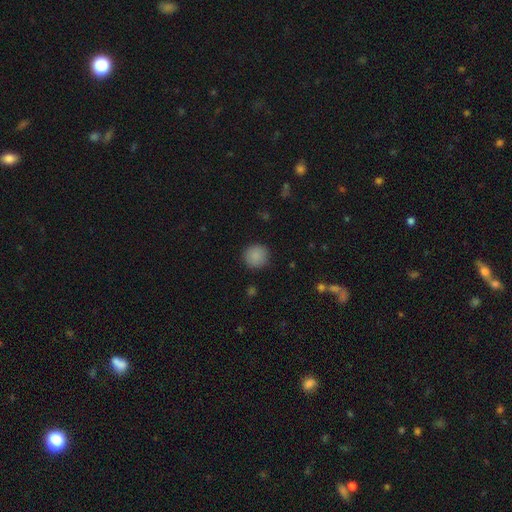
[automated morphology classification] Overall: smooth (88%). How rounded: round (92%). Merging: none (89%).